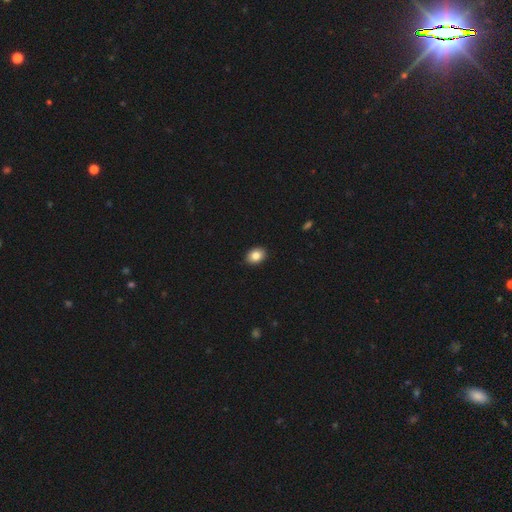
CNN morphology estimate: This appears to be a smooth galaxy with no disk features (84%) that is in between round and cigar-shaped (69%). Merging: none (90%).